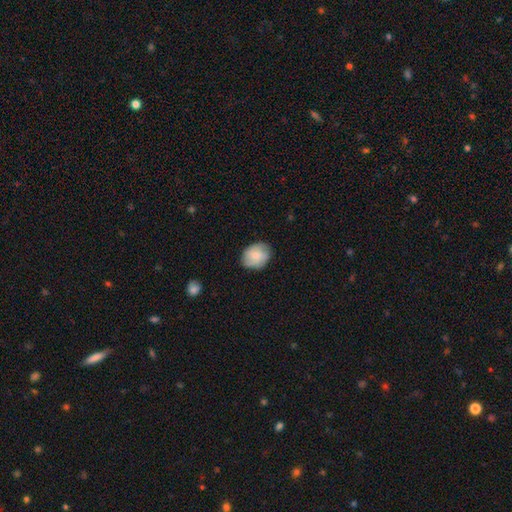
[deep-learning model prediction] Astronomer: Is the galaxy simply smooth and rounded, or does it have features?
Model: smooth — 63%.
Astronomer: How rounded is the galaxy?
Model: in between — 53% (runner-up: round, 46%).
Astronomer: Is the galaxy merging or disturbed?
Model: none — 79%.